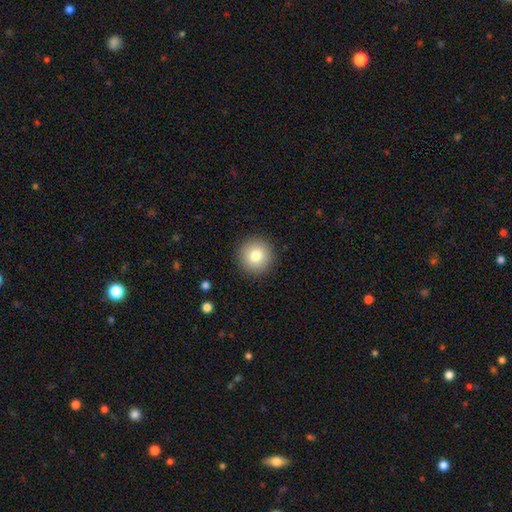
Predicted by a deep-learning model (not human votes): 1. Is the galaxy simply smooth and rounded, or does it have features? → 80% smooth, 10% featured or disk, 10% star or artifact.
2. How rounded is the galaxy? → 95% round, 4% in between, 1% cigar-shaped.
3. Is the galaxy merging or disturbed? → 91% none, 6% minor disturbance, 2% major disturbance, 1% merger.